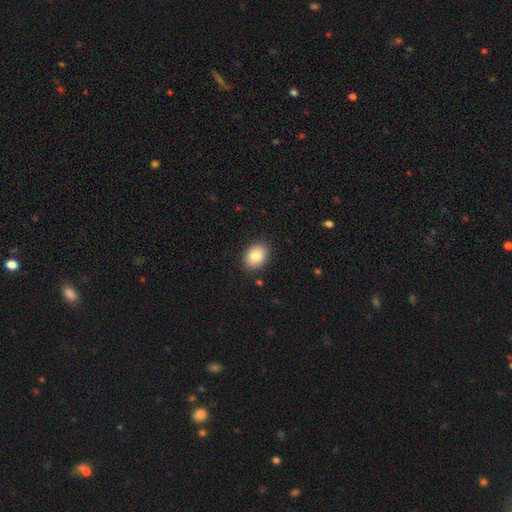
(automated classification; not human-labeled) Smooth or featured: smooth — 86% (star or artifact — 8%)
How rounded: in between — 68% (round — 31%)
Merging: none — 89% (minor disturbance — 8%)